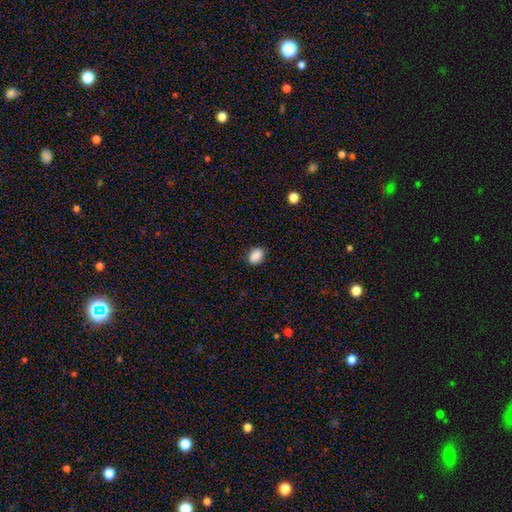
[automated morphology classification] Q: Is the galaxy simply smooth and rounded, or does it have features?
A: smooth — 88%.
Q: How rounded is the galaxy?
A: in between — 70%.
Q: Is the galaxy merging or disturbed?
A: none — 86%.